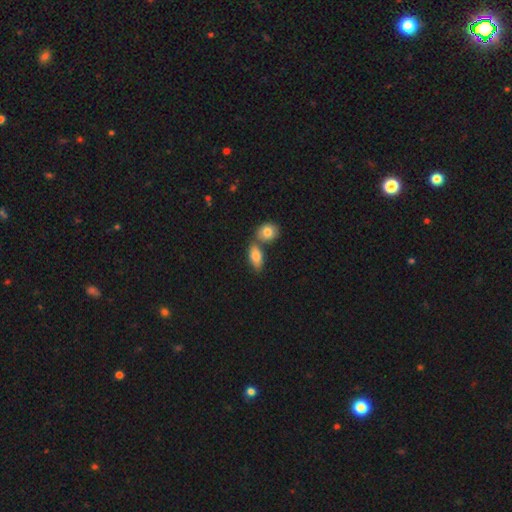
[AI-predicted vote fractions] Q: Smooth or featured?
A: smooth (81%); runner-up: featured or disk (12%)
Q: How rounded?
A: in between (86%); runner-up: cigar-shaped (8%)
Q: Merging?
A: none (51%); runner-up: merger (34%)